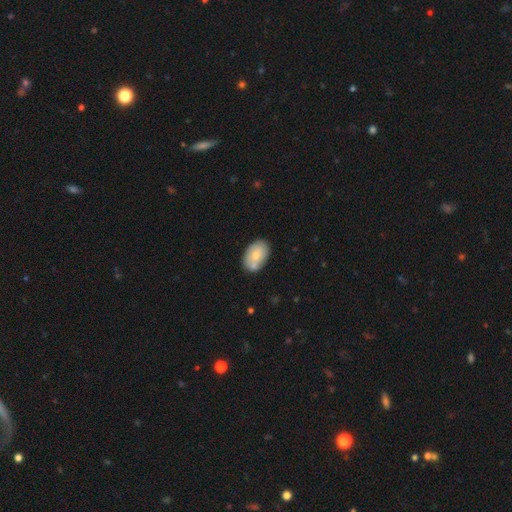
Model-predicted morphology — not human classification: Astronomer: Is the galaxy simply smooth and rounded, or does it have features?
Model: smooth — 75%.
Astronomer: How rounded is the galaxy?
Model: in between — 92%.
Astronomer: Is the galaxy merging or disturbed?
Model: none — 70%.